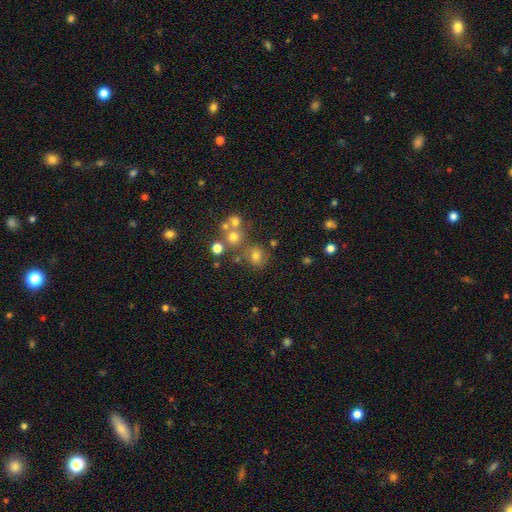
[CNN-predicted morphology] Smooth or featured? smooth (65%)
How rounded? round (74%)
Merging? none (60%)